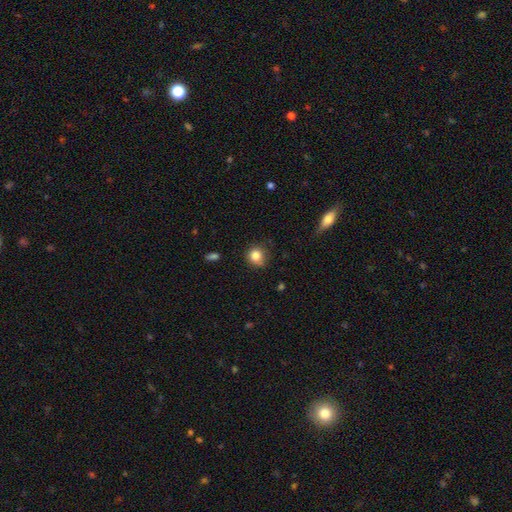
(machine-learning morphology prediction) This appears to be a smooth galaxy with no disk features (83%) that is round (87%). Merging: none (76%).